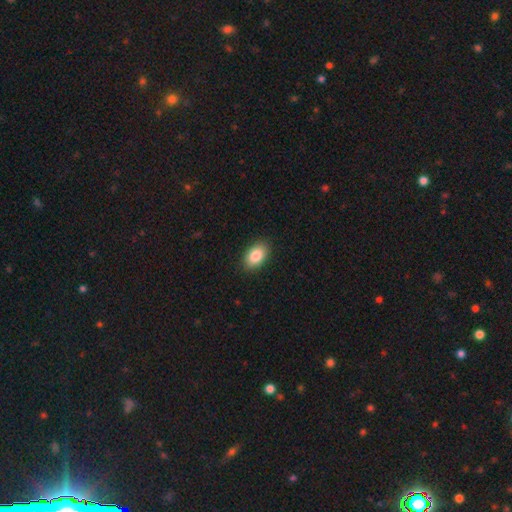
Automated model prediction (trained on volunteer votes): Smooth or featured? Predicted: smooth (p=0.86). How rounded? Predicted: in between (p=0.92). Merging? Predicted: none (p=0.89).